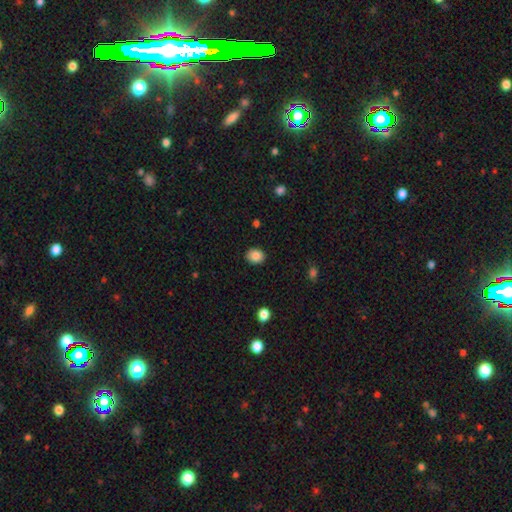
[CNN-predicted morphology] smooth_or_featured: smooth (p=0.86) [alt: star or artifact p=0.09]
how_rounded: round (p=0.56) [alt: in between p=0.43]
merging: none (p=0.89) [alt: minor disturbance p=0.08]